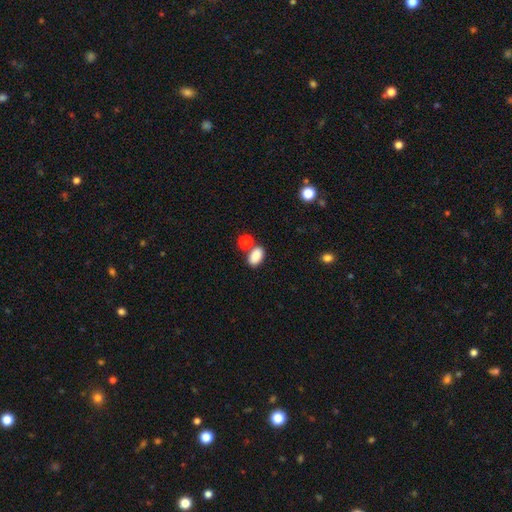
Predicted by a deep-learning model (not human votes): Overall: smooth (87%). How rounded: in between (90%). Merging: none (66%).